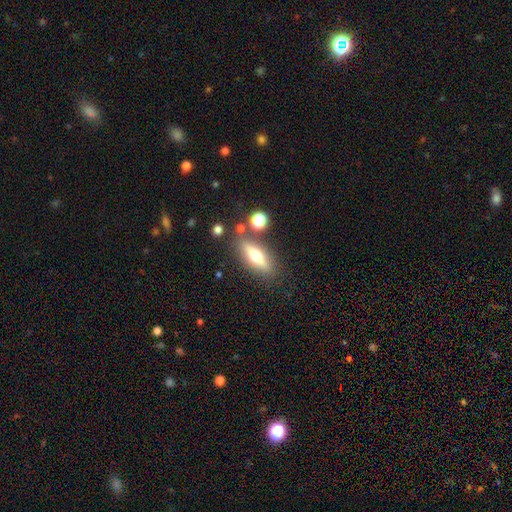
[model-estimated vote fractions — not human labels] Smooth or featured: featured or disk — 52% (smooth — 39%)
Edge-on disk: yes — 89% (no — 11%)
Merging: none — 82% (minor disturbance — 10%)